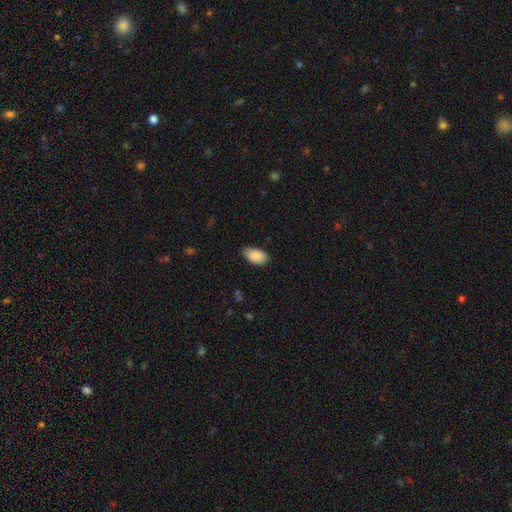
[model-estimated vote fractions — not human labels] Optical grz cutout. It shows a smooth galaxy with no disk features (90%) that is in between round and cigar-shaped (95%). Merging: none (78%).